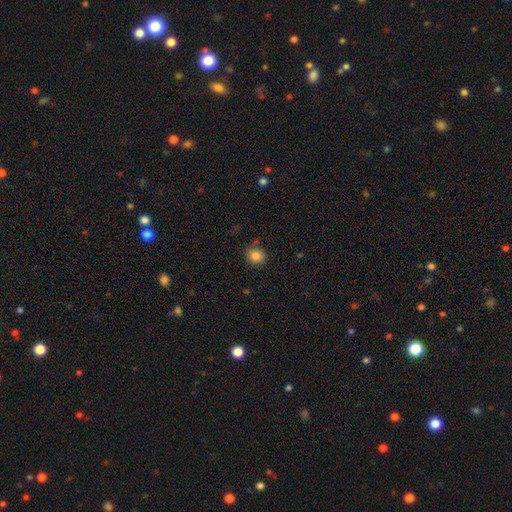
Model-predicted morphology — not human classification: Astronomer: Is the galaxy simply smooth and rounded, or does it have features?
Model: smooth — 85%.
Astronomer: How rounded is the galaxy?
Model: round — 81%.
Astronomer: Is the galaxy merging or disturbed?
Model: none — 83%.